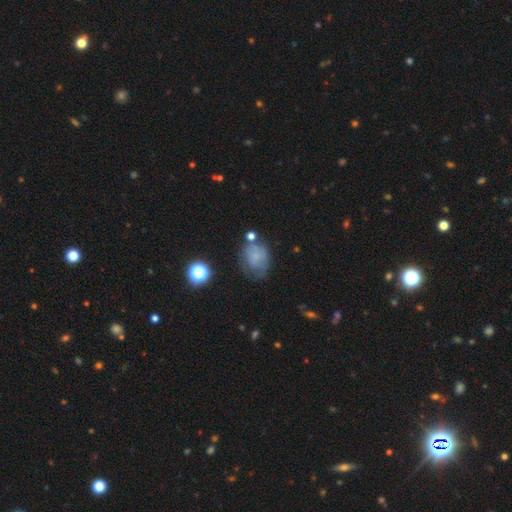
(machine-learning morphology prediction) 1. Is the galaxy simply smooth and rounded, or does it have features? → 64% smooth, 23% featured or disk, 13% star or artifact.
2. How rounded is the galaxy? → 50% round, 49% in between, 1% cigar-shaped.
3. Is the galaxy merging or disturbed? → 45% none, 30% minor disturbance, 18% major disturbance, 8% merger.